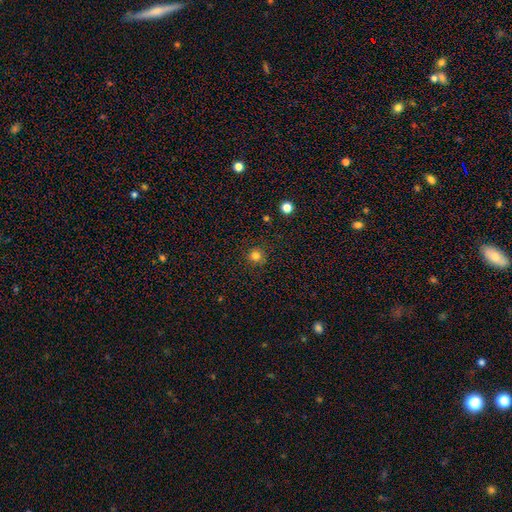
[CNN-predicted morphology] This appears to be a smooth galaxy with no disk features (80%) that is round (94%). Merging: none (90%).